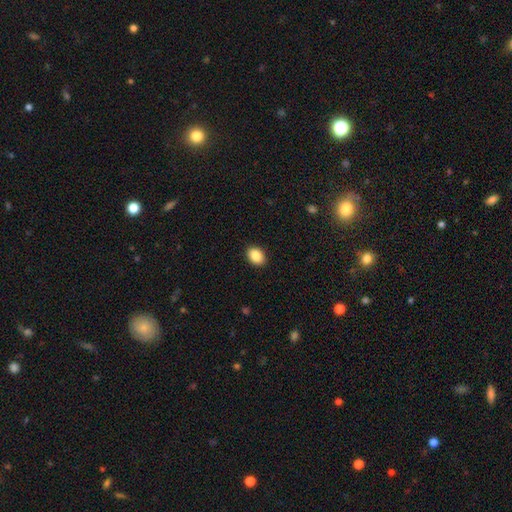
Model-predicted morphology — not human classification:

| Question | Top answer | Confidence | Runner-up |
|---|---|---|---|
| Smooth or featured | smooth | 88% | star or artifact (8%) |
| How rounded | in between | 76% | round (23%) |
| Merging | none | 91% | minor disturbance (7%) |